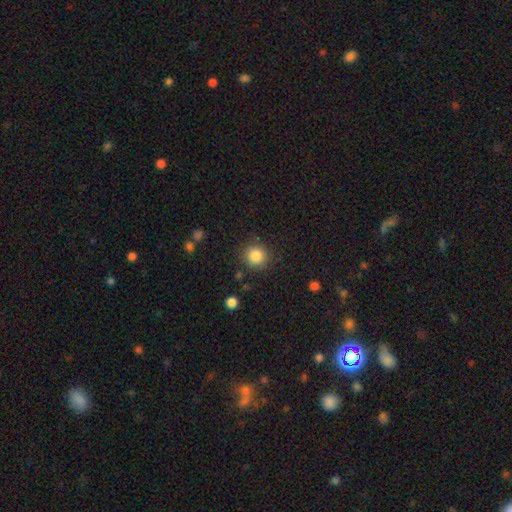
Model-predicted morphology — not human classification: A smooth galaxy with no disk features (85%) that is round (90%). Merging: none (86%).